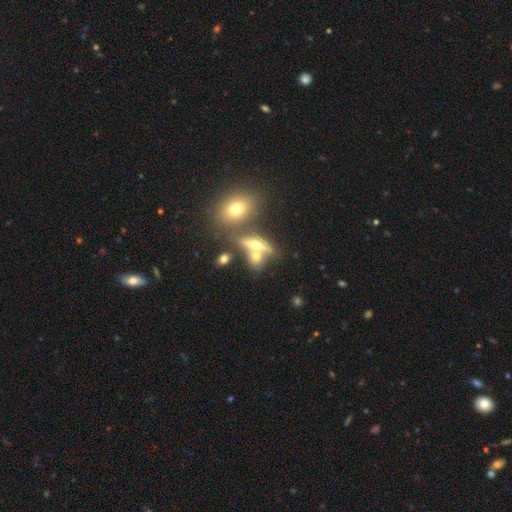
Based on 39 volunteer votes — Q: Smooth or featured?
A: smooth (51%); runner-up: featured or disk (41%)
Q: How rounded?
A: in between (40%); runner-up: cigar-shaped (35%)
Q: Merging?
A: merger (44%); runner-up: none (31%)